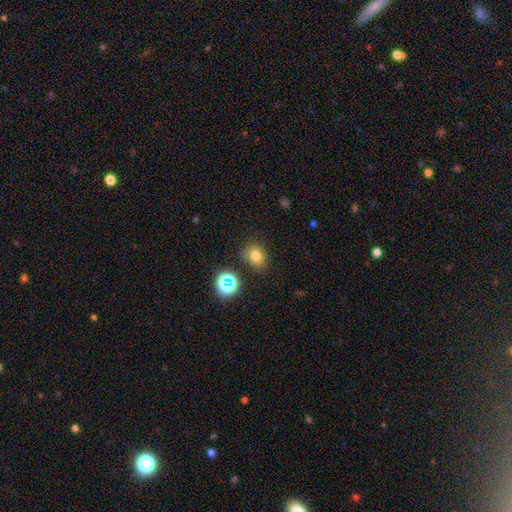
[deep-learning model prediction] The model was most divided on "how rounded": round: 60%, in between: 40%, cigar-shaped: 1%. More confident: merging — none (74%); smooth or featured — smooth (73%).